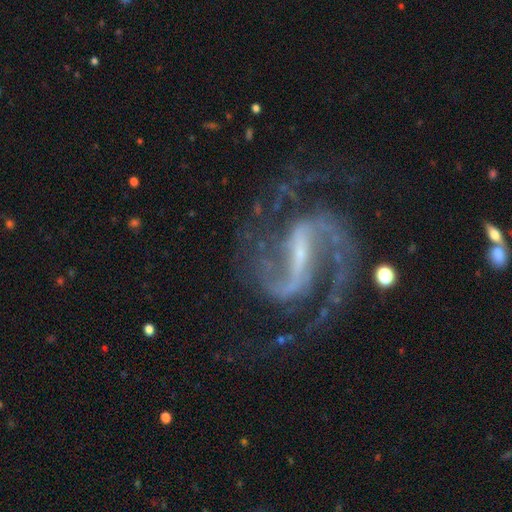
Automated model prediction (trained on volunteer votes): Q: Smooth or featured?
A: featured or disk (94%); runner-up: star or artifact (4%)
Q: Edge-on disk?
A: no (98%); runner-up: yes (2%)
Q: Bar?
A: strong (67%); runner-up: weak (27%)
Q: Spiral arms?
A: yes (99%); runner-up: no (1%)
Q: Spiral winding?
A: medium (65%); runner-up: loose (18%)
Q: Spiral arm count?
A: 2 (93%); runner-up: 3 (2%)
Q: Bulge size?
A: small (65%); runner-up: none (19%)
Q: Merging?
A: none (75%); runner-up: minor disturbance (13%)